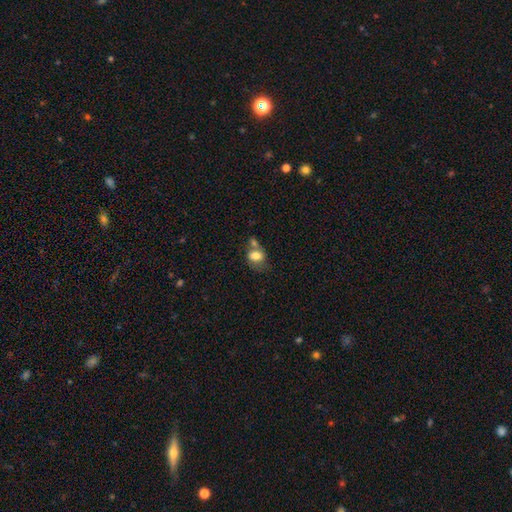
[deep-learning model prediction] This is likely a smooth galaxy (77%). How rounded: likely in between (61%). Merging: marginally merger (40%).